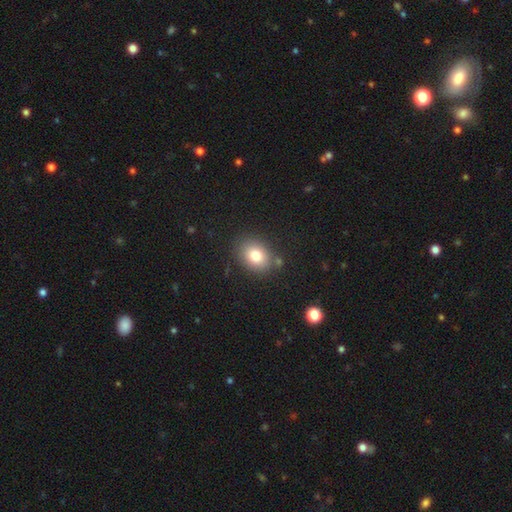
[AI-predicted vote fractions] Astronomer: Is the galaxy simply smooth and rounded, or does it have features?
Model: smooth — 79%.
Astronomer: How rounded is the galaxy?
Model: in between — 57% (runner-up: round, 42%).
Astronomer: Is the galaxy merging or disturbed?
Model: none — 81%.